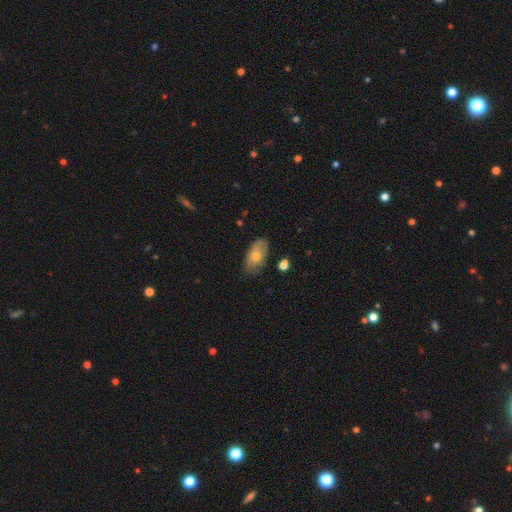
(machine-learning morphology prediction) Smooth or featured? Predicted: smooth (p=0.61). How rounded? Predicted: in between (p=0.90). Merging? Predicted: none (p=0.68).